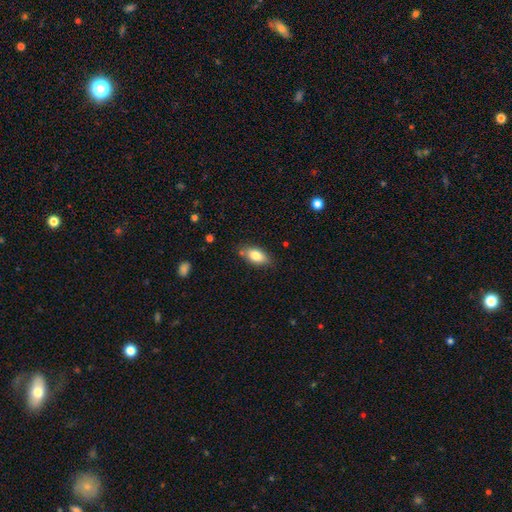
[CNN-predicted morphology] The model was most divided on "merging": none: 78%, minor disturbance: 16%, merger: 3%, major disturbance: 3%. More confident: how rounded — in between (89%); smooth or featured — smooth (80%).